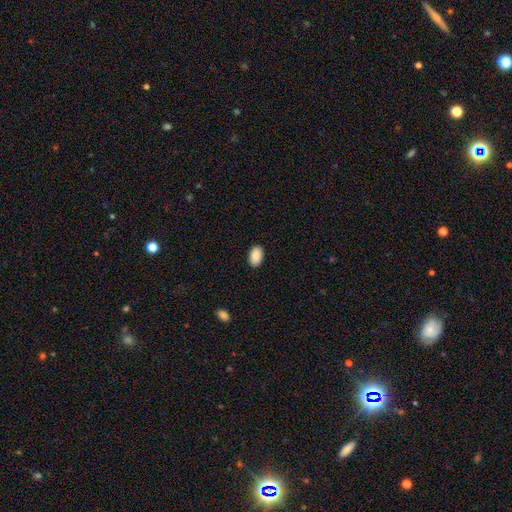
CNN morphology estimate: smooth-or-featured: smooth: 90% | star or artifact: 7% | featured or disk: 3%
  how-rounded: in between: 93% | round: 6% | cigar-shaped: 1%
  merging: none: 89% | minor disturbance: 8% | major disturbance: 2% | merger: 1%